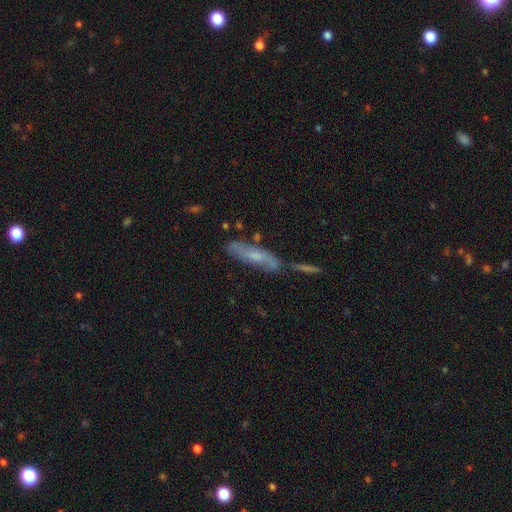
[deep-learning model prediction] smooth_or_featured: featured or disk (p=0.52) [alt: smooth p=0.40]
disk_edge_on: no (p=0.58) [alt: yes p=0.42]
merging: none (p=0.55) [alt: minor disturbance p=0.19]